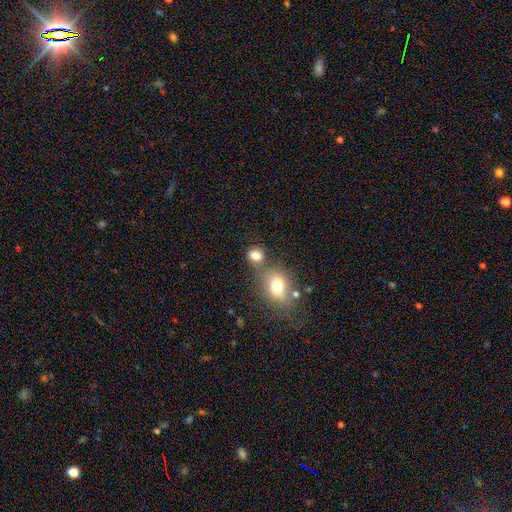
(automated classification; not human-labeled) Overall: smooth (79%). How rounded: round (60%; in between 38%). Merging: none (53%; merger 31%).